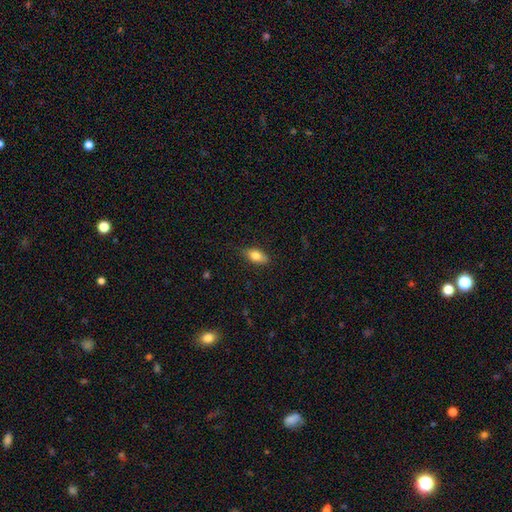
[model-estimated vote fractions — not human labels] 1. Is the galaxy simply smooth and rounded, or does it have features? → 77% smooth, 15% featured or disk, 7% star or artifact.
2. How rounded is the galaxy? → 84% in between, 12% cigar-shaped, 5% round.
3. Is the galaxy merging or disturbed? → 84% none, 12% minor disturbance, 2% major disturbance, 1% merger.